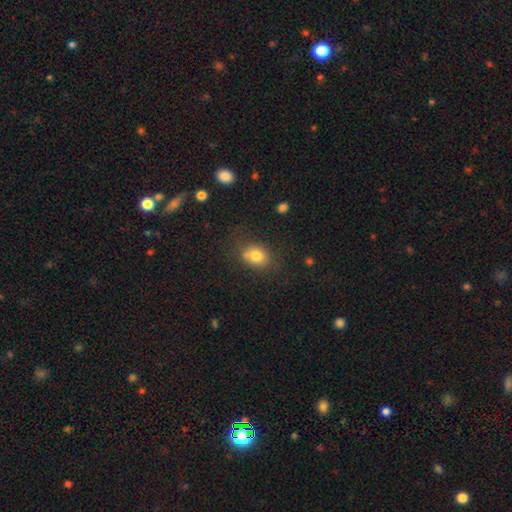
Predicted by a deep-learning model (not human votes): smooth 79%, featured or disk 11%, star or artifact 10%. Down the decision tree: how rounded — in between (62%); merging — none (65%).